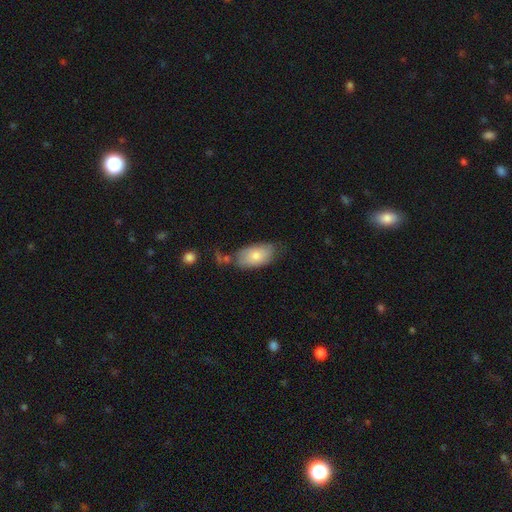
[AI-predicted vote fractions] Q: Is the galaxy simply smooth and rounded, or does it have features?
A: smooth — 76%.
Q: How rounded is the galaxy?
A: in between — 93%.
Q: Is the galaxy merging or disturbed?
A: none — 57%.